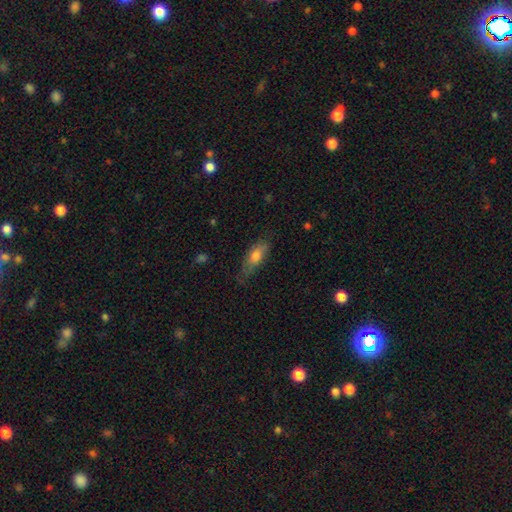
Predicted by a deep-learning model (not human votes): This is likely a smooth galaxy (70%). How rounded: likely in between (67%). Merging: likely none (61%).